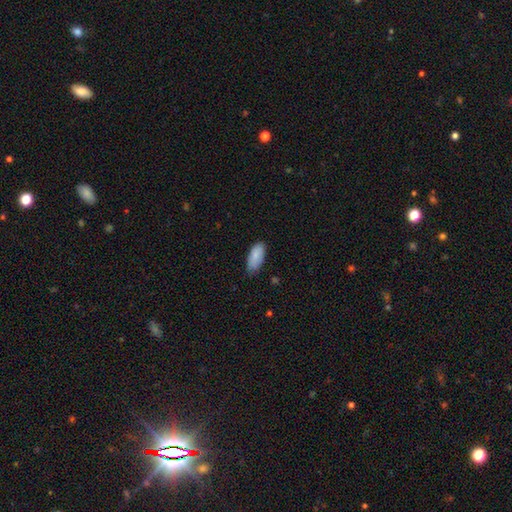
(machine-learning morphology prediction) type=smooth (86%); roundness=in between (90%); merging=none (75%).